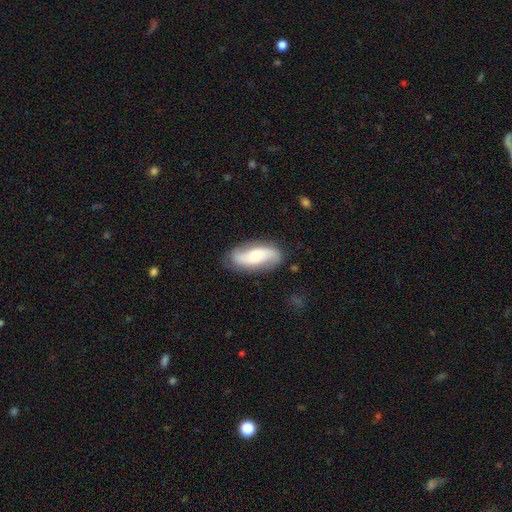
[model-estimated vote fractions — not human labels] Q: Smooth or featured?
A: featured or disk (68%); runner-up: smooth (25%)
Q: Edge-on disk?
A: no (91%); runner-up: yes (9%)
Q: Bar?
A: no (52%); runner-up: weak (31%)
Q: Spiral arms?
A: yes (91%); runner-up: no (9%)
Q: Spiral winding?
A: loose (53%); runner-up: medium (30%)
Q: Spiral arm count?
A: 2 (89%); runner-up: can't tell (6%)
Q: Bulge size?
A: moderate (53%); runner-up: small (37%)
Q: Merging?
A: none (83%); runner-up: minor disturbance (13%)